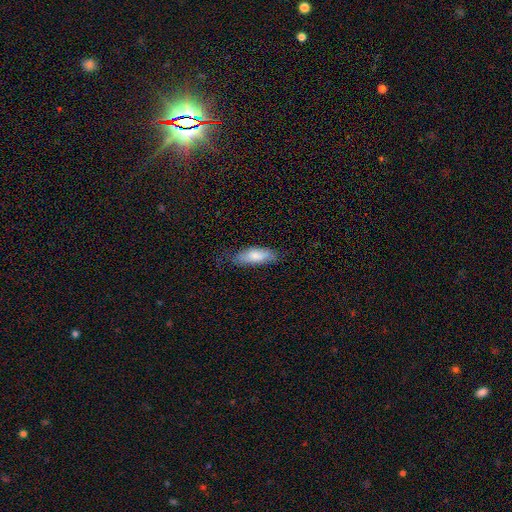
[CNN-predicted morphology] type=smooth (78%); roundness=in between (69%); merging=none (64%).